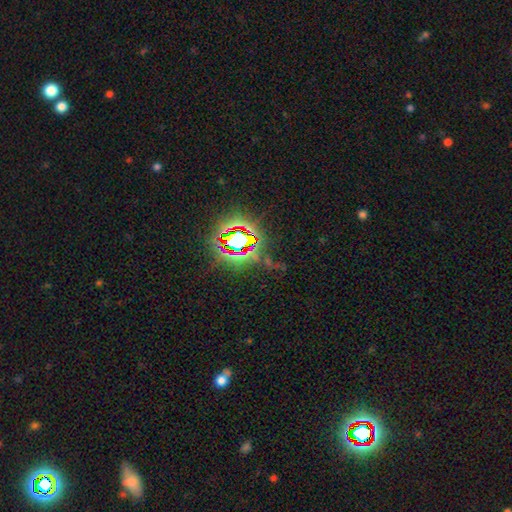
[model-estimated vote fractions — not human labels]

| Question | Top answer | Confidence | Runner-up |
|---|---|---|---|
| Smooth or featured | star or artifact | 82% | smooth (10%) |